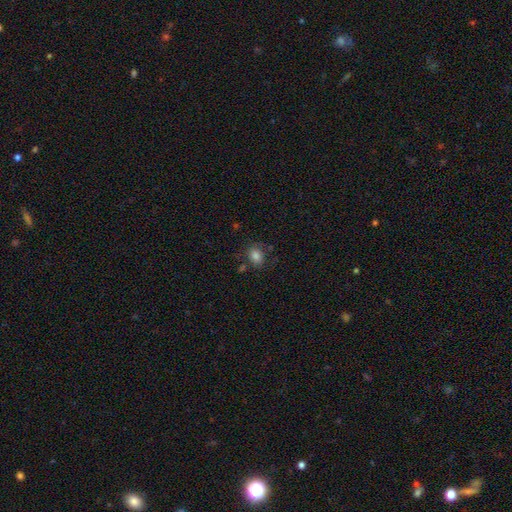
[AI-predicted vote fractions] smooth 82%, star or artifact 11%, featured or disk 7%. Down the decision tree: how rounded — in between (54%); merging — none (72%).